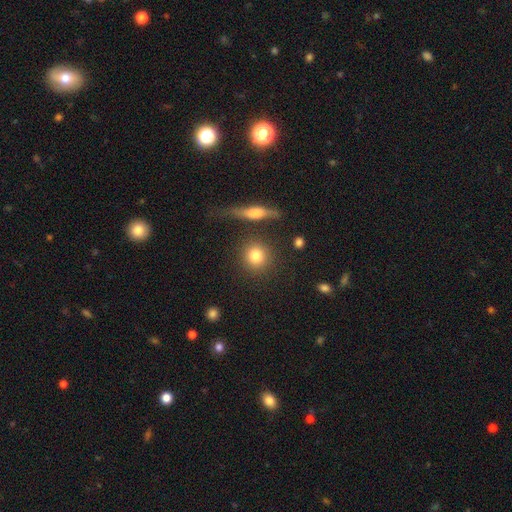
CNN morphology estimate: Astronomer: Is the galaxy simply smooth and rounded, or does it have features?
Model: smooth — 80%.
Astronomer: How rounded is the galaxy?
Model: round — 87%.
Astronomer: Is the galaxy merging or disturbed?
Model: none — 82%.